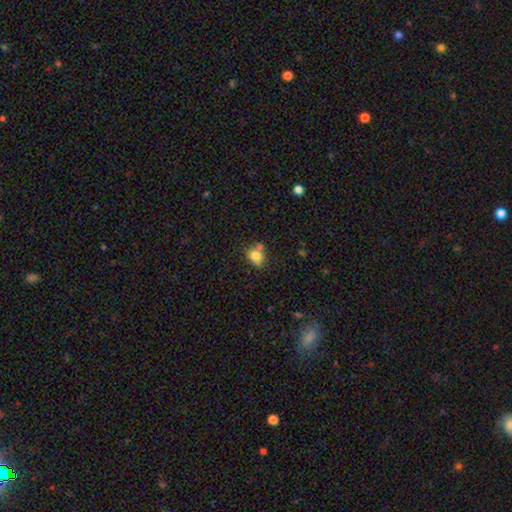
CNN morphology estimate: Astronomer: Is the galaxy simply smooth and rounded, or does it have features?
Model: smooth — 78%.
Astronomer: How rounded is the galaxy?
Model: round — 61% (runner-up: in between, 37%).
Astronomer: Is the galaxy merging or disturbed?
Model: none — 55%.